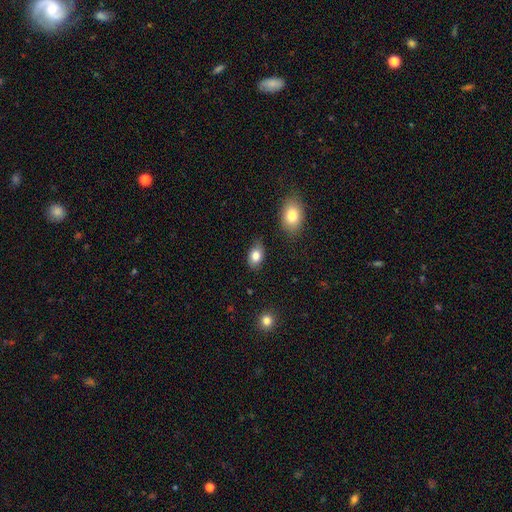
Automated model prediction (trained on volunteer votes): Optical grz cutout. It shows a smooth galaxy with no disk features (82%) that is in between round and cigar-shaped (83%). Merging: none (80%).